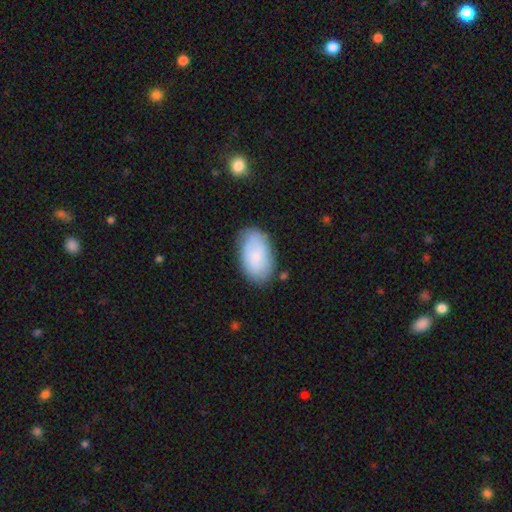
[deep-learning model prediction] smooth_or_featured: smooth (p=0.77) [alt: featured or disk p=0.17]
how_rounded: in between (p=0.94) [alt: round p=0.05]
merging: none (p=0.72) [alt: minor disturbance p=0.21]